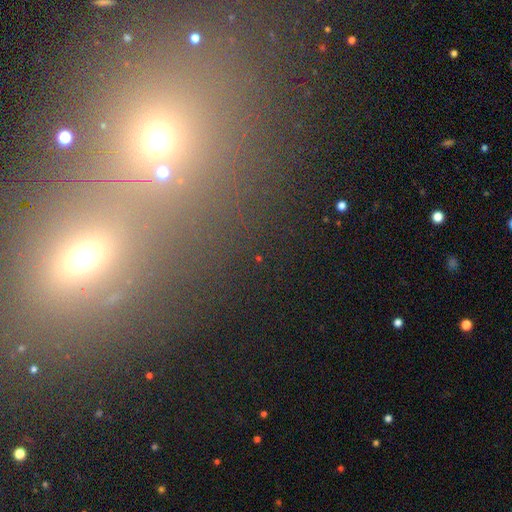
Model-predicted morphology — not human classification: A star or artifact, not a galaxy (57%).

Vote fractions:
- Smooth or featured? star or artifact: 57% / smooth: 29% / featured or disk: 14%